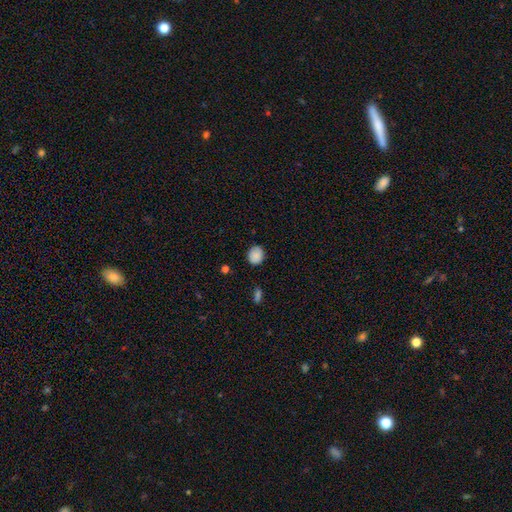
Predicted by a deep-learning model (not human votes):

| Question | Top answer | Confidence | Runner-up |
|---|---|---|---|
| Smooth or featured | smooth | 87% | star or artifact (9%) |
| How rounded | round | 65% | in between (34%) |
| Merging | none | 82% | minor disturbance (14%) |